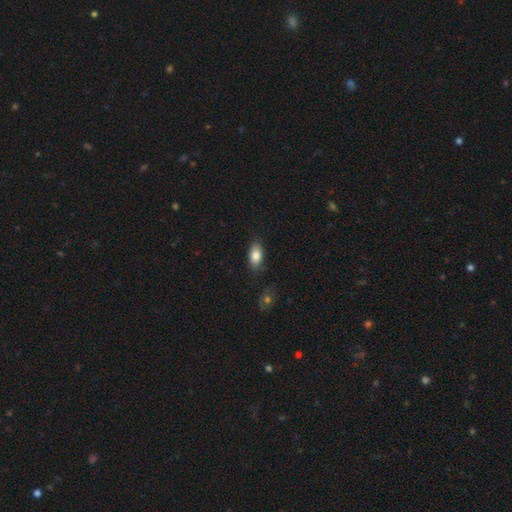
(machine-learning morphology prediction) A smooth galaxy with no disk features (83%) that is in between round and cigar-shaped (92%). Merging: none (82%).